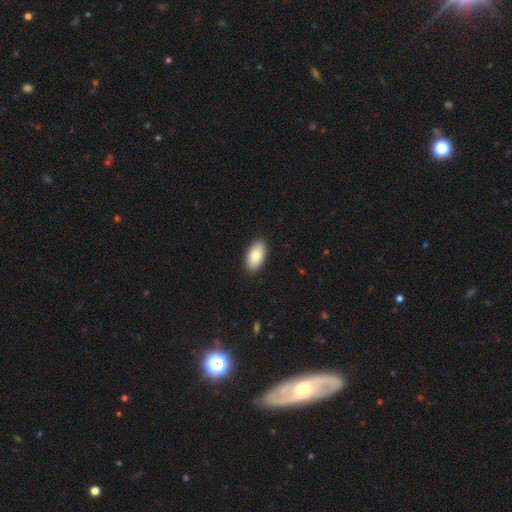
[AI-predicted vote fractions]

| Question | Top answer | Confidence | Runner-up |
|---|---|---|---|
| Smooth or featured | smooth | 84% | featured or disk (10%) |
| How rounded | in between | 94% | cigar-shaped (3%) |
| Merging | none | 90% | minor disturbance (7%) |